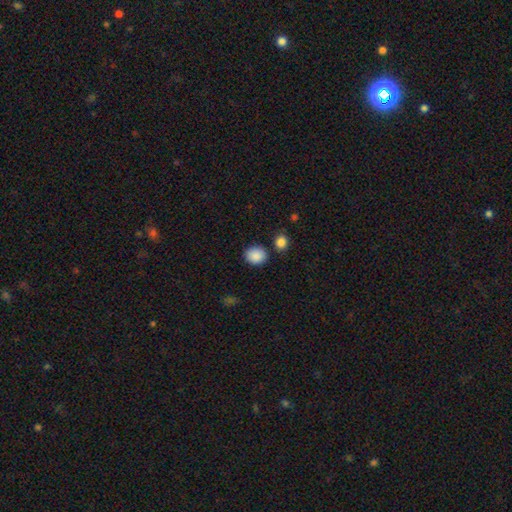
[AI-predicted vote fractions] Smooth or featured? Predicted: smooth (p=0.89). How rounded? Predicted: round (p=0.63). Merging? Predicted: none (p=0.81).